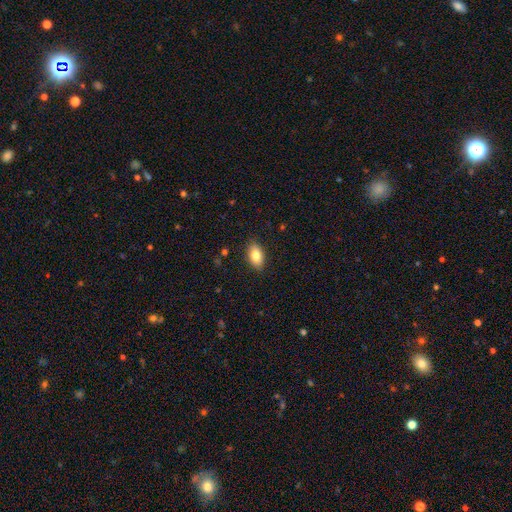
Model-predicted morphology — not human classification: The model was most divided on "smooth or featured": smooth: 82%, featured or disk: 11%, star or artifact: 7%. More confident: how rounded — in between (92%); merging — none (88%).